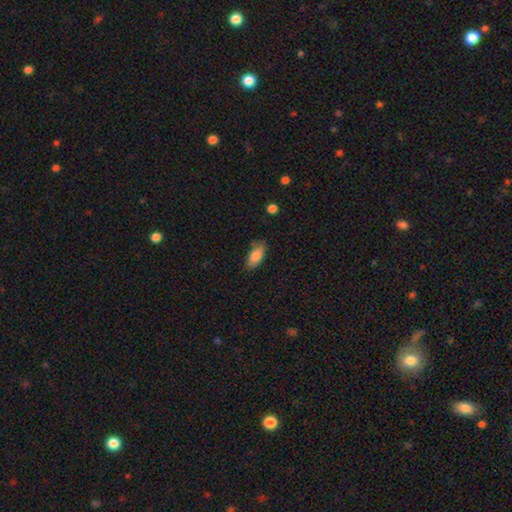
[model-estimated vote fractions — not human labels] Smooth or featured?
  - smooth: 83% *
  - featured or disk: 10%
  - star or artifact: 7%
How rounded?
  - in between: 88% *
  - cigar-shaped: 9%
  - round: 3%
Merging?
  - none: 77% *
  - minor disturbance: 17%
  - major disturbance: 3%
  - merger: 2%